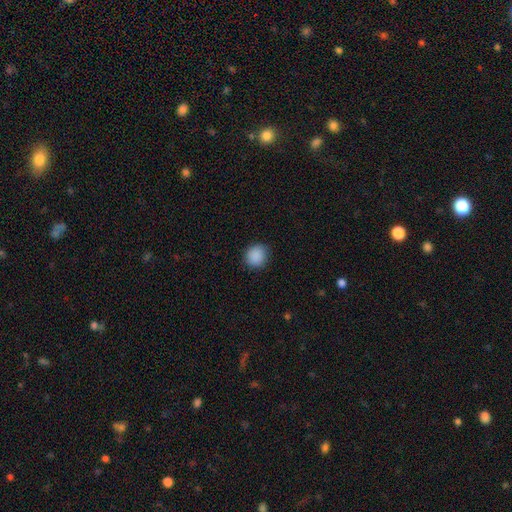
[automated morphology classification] Overall: smooth (89%). How rounded: round (81%). Merging: none (88%).